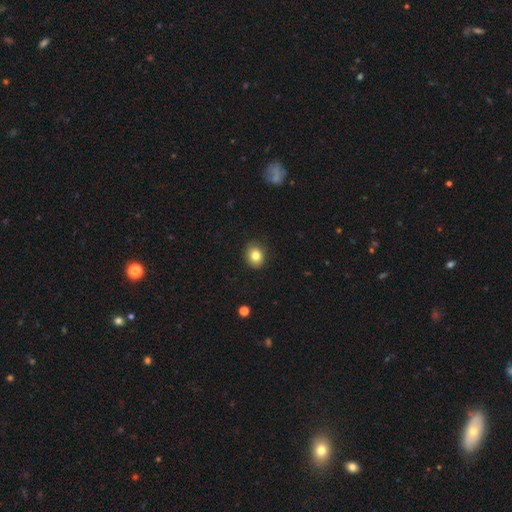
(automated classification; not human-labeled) smooth-or-featured: smooth: 82% | star or artifact: 10% | featured or disk: 8%
  how-rounded: round: 58% | in between: 41% | cigar-shaped: 1%
  merging: none: 87% | minor disturbance: 9% | major disturbance: 2% | merger: 1%